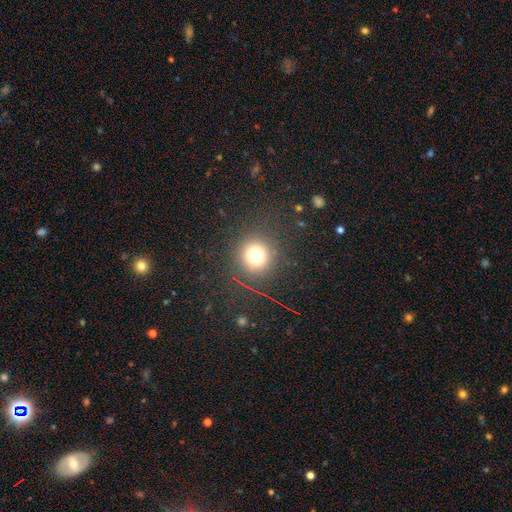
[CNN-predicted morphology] smooth-or-featured: smooth: 71% | star or artifact: 20% | featured or disk: 8%
  how-rounded: round: 90% | in between: 9% | cigar-shaped: 1%
  merging: none: 87% | minor disturbance: 7% | major disturbance: 4% | merger: 2%